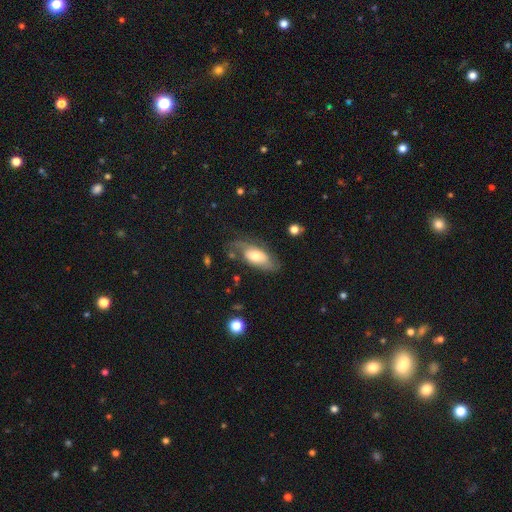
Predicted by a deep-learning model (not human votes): smooth_or_featured: featured or disk (p=0.50) [alt: smooth p=0.43]
disk_edge_on: no (p=0.83) [alt: yes p=0.17]
merging: none (p=0.54) [alt: minor disturbance p=0.26]